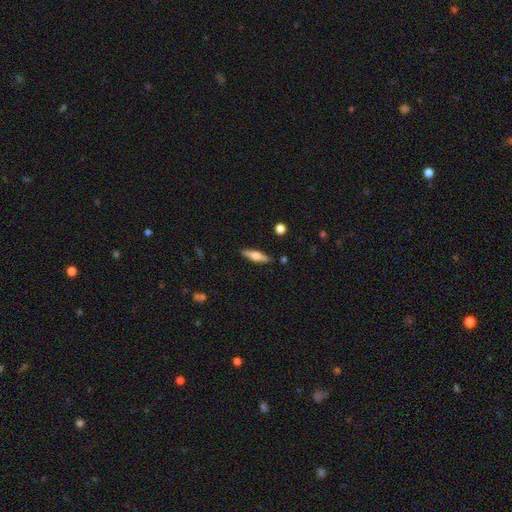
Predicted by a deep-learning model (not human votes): A featured or disk galaxy (50%). Merging: none (88%).